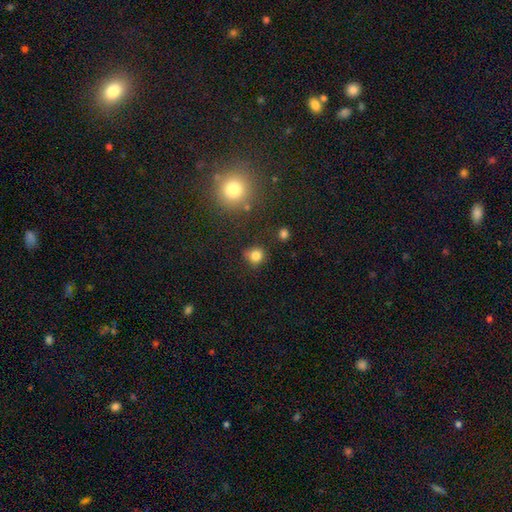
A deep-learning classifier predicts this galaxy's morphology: Smooth or featured? smooth (82%)
How rounded? round (83%)
Merging? none (76%)